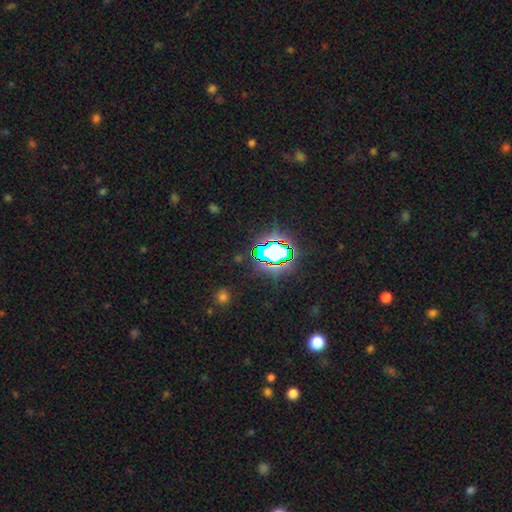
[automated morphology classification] Smooth or featured?
  - star or artifact: 79% *
  - smooth: 14%
  - featured or disk: 7%